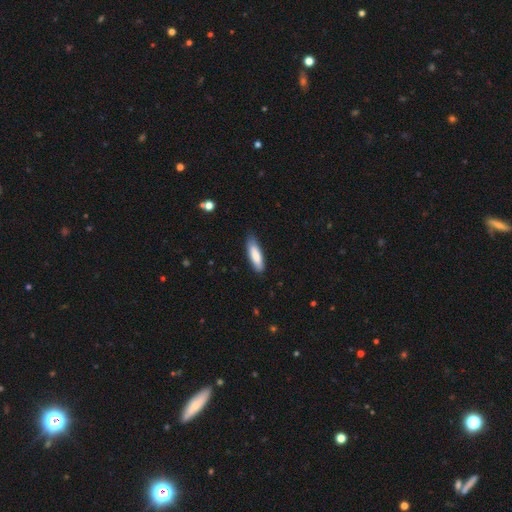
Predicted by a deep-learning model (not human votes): Overall: smooth (83%). How rounded: cigar-shaped (55%; in between 44%). Merging: none (81%).